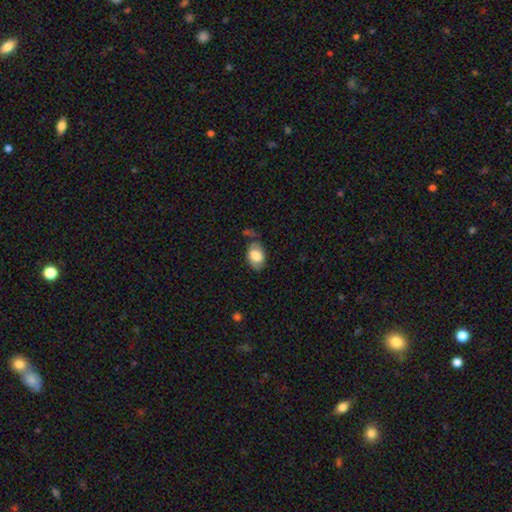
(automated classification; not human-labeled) A smooth galaxy with no disk features (65%) that is in between round and cigar-shaped (89%). Merging: none (61%).